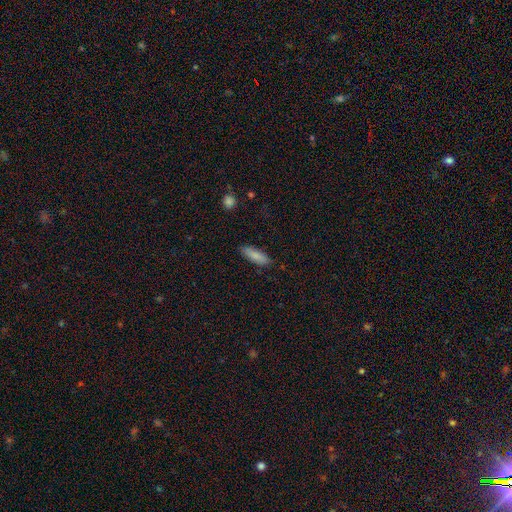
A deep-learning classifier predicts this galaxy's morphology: Smooth or featured?
  - smooth: 86% *
  - featured or disk: 8%
  - star or artifact: 6%
How rounded?
  - in between: 49% * (tied)
  - cigar-shaped: 49% * (tied)
  - round: 2%
Merging?
  - none: 85% *
  - minor disturbance: 11%
  - major disturbance: 2%
  - merger: 1%